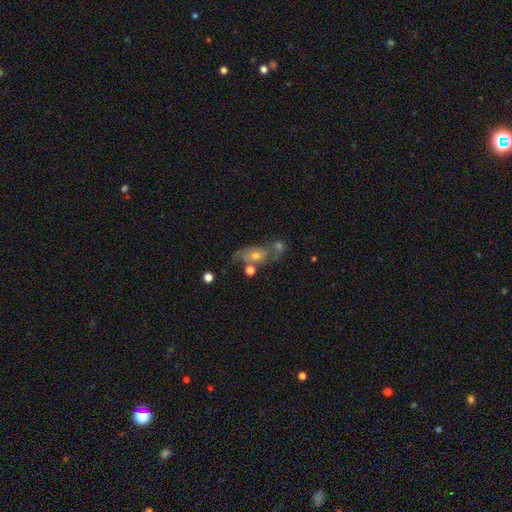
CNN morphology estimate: Smooth or featured? Predicted: featured or disk (p=0.56). Edge-on disk? Predicted: no (p=0.91). Bar? Predicted: no (p=0.78). Spiral arms? Predicted: yes (p=0.68). Bulge size? Predicted: moderate (p=0.56). Merging? Predicted: none (p=0.40).